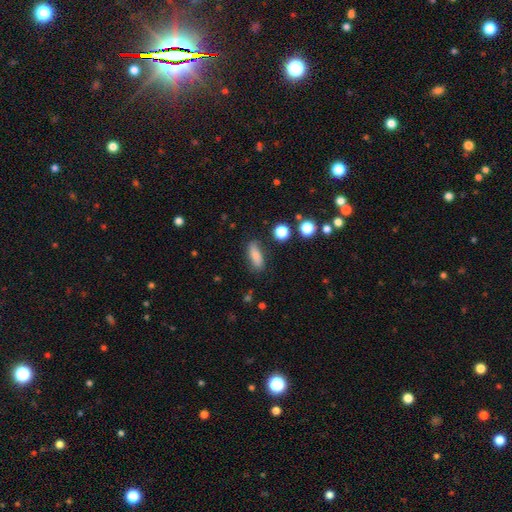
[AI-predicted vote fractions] Q: Smooth or featured?
A: smooth (77%); runner-up: featured or disk (14%)
Q: How rounded?
A: in between (64%); runner-up: cigar-shaped (31%)
Q: Merging?
A: none (77%); runner-up: minor disturbance (17%)